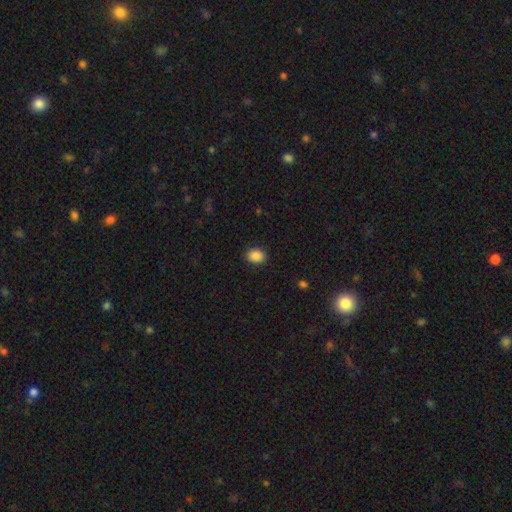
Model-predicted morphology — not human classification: smooth-or-featured: smooth: 88% | star or artifact: 9% | featured or disk: 3%
  how-rounded: in between: 57% | round: 42% | cigar-shaped: 1%
  merging: none: 88% | minor disturbance: 8% | major disturbance: 2% | merger: 1%